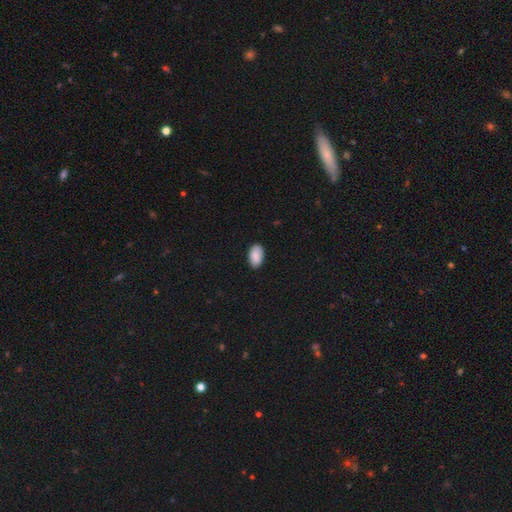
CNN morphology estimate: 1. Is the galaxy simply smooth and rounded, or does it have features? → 88% smooth, 7% star or artifact, 5% featured or disk.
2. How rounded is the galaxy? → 94% in between, 4% round, 1% cigar-shaped.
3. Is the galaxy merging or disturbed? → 87% none, 10% minor disturbance, 2% major disturbance, 1% merger.